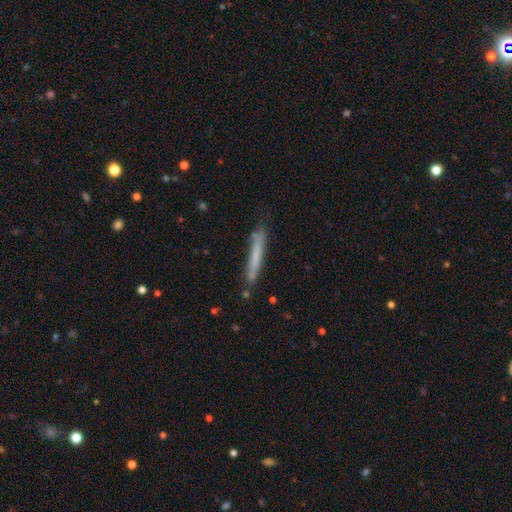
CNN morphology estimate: smooth-or-featured: smooth: 62% | featured or disk: 31% | star or artifact: 7%
  how-rounded: cigar-shaped: 96% | in between: 3% | round: 1%
  merging: none: 78% | minor disturbance: 16% | major disturbance: 3% | merger: 3%